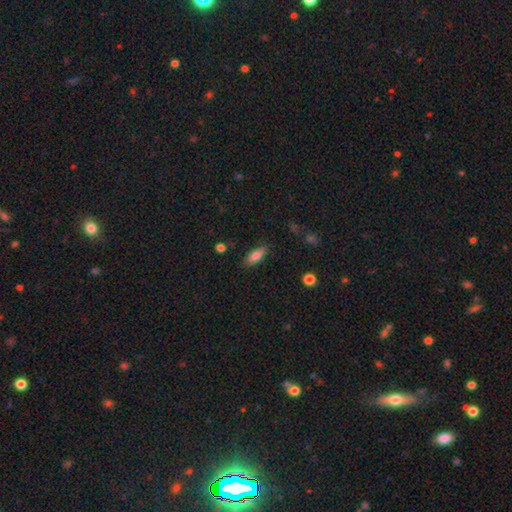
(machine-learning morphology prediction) Q: Smooth or featured?
A: smooth (83%); runner-up: featured or disk (9%)
Q: How rounded?
A: in between (78%); runner-up: cigar-shaped (20%)
Q: Merging?
A: none (81%); runner-up: minor disturbance (14%)